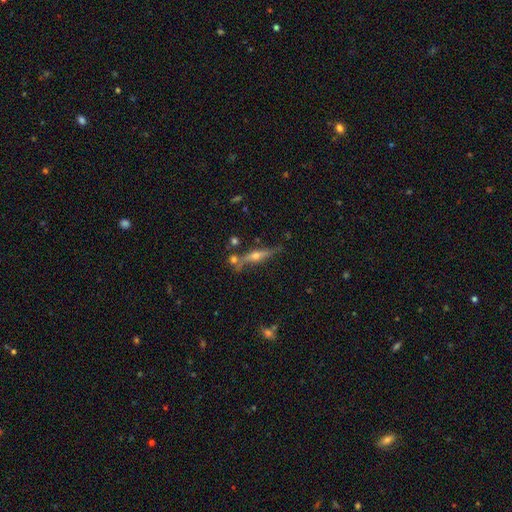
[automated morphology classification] Overall: featured or disk (72%). Edge-on disk: yes (93%). Edge-on bulge: rounded (92%). Merging: none (71%).